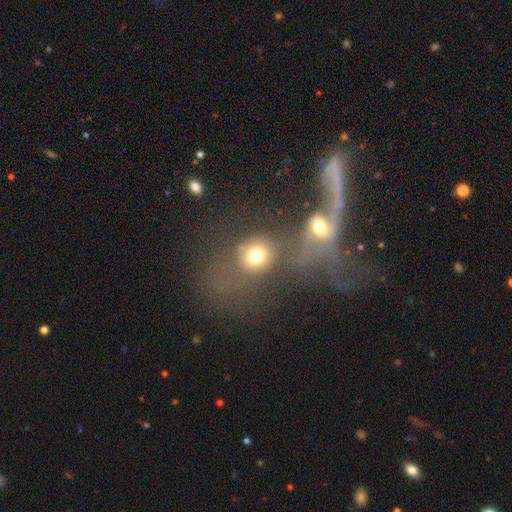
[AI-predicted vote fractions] The model was most divided on "merging": merger: 36%, none: 35%, major disturbance: 17%, minor disturbance: 11%. More confident: how rounded — round (73%); smooth or featured — smooth (71%).